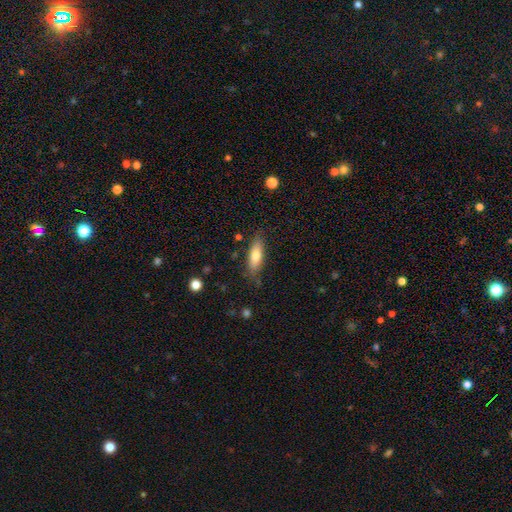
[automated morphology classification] type=smooth (69%); roundness=in between (61%); merging=none (78%).